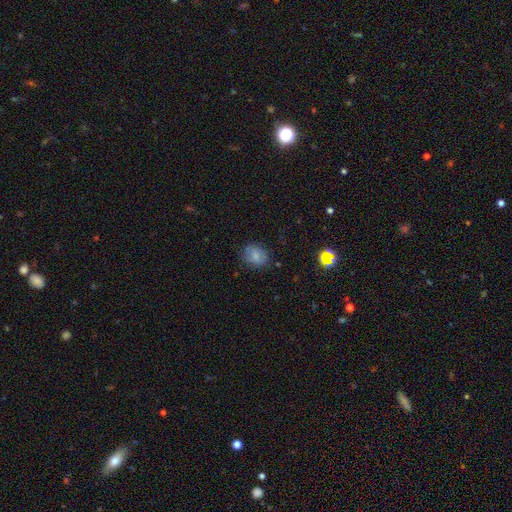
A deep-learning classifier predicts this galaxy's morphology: Q: Smooth or featured?
A: smooth (76%); runner-up: featured or disk (13%)
Q: How rounded?
A: in between (57%); runner-up: round (41%)
Q: Merging?
A: none (72%); runner-up: minor disturbance (20%)